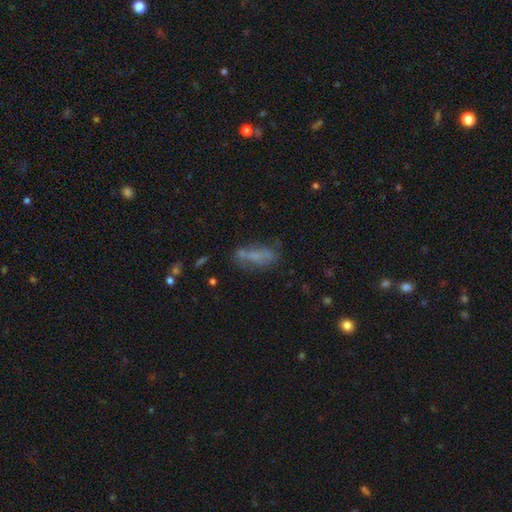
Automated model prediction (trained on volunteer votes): Smooth or featured? Predicted: smooth (p=0.55). How rounded? Predicted: in between (p=0.56). Merging? Predicted: none (p=0.51).